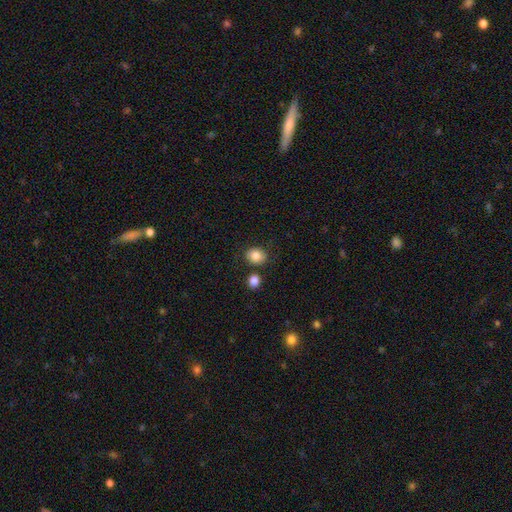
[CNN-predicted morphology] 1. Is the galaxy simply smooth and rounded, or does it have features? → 84% smooth, 10% star or artifact, 6% featured or disk.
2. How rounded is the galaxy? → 67% round, 32% in between, 1% cigar-shaped.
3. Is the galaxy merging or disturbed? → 79% none, 11% minor disturbance, 8% merger, 3% major disturbance.